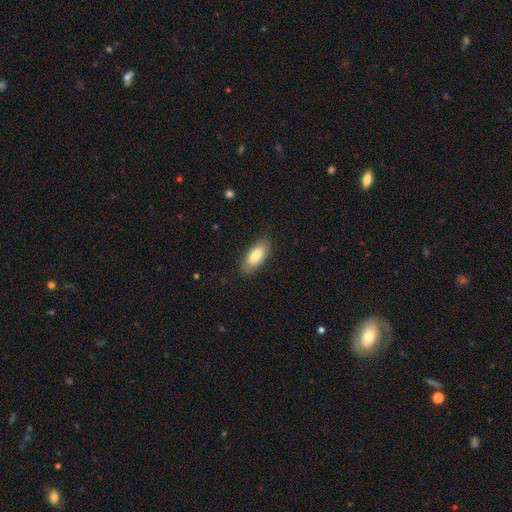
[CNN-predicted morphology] Overall: smooth (82%). How rounded: in between (86%). Merging: none (84%).